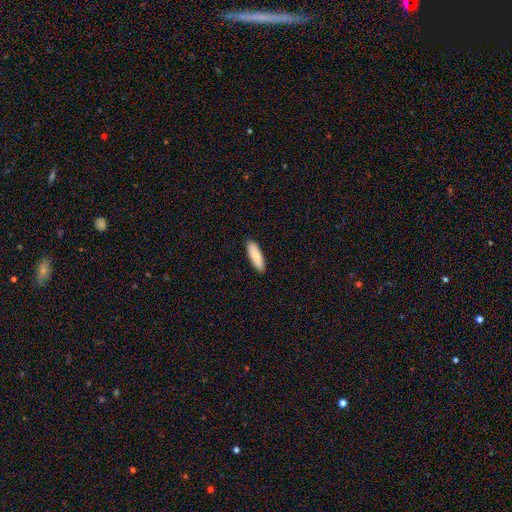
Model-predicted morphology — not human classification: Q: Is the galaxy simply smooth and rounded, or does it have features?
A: smooth — 86%.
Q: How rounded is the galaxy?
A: in between — 50%.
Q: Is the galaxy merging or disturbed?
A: none — 90%.